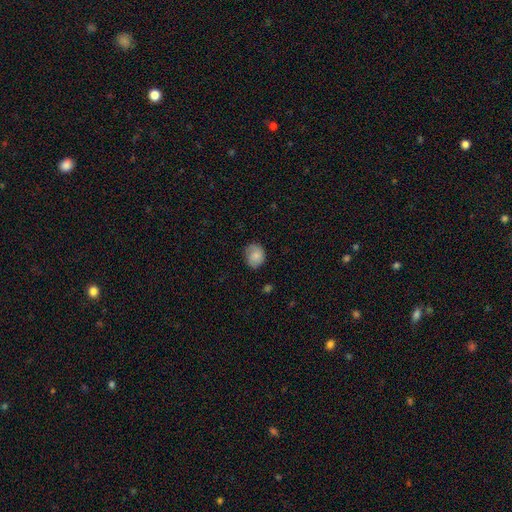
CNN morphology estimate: This is clearly a smooth galaxy (81%). How rounded: possibly round (56%). Merging: likely none (70%).